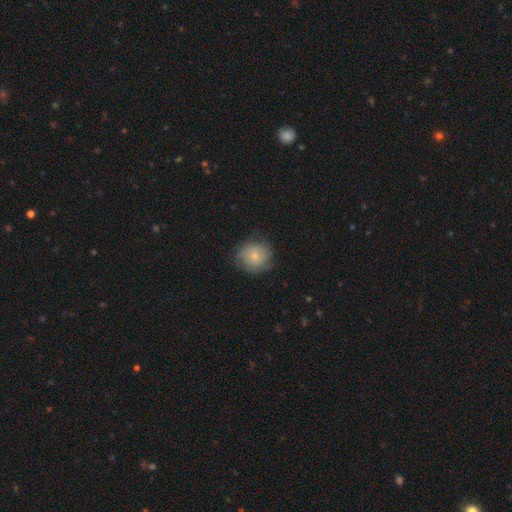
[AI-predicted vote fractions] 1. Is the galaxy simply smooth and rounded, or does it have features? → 65% smooth, 27% featured or disk, 8% star or artifact.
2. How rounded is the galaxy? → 86% round, 13% in between, 1% cigar-shaped.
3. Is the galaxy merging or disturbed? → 69% none, 22% minor disturbance, 8% major disturbance, 1% merger.